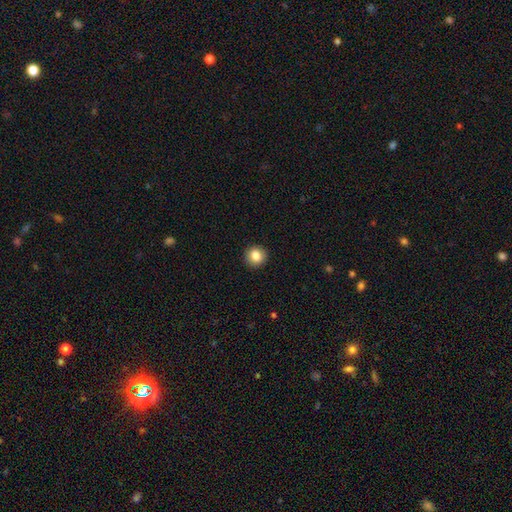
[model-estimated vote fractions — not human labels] Smooth or featured? smooth (84%)
How rounded? round (92%)
Merging? none (92%)